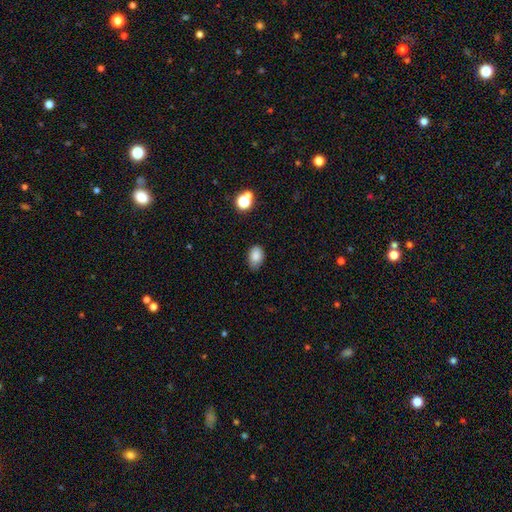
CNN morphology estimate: smooth_or_featured: smooth (p=0.84) [alt: star or artifact p=0.10]
how_rounded: in between (p=0.85) [alt: round p=0.14]
merging: none (p=0.72) [alt: minor disturbance p=0.22]